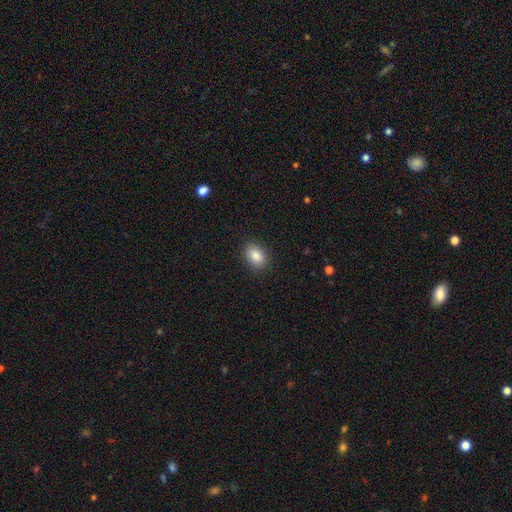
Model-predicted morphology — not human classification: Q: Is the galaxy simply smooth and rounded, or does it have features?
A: smooth — 87%.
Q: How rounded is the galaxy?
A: in between — 79%.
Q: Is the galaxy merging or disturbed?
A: none — 89%.